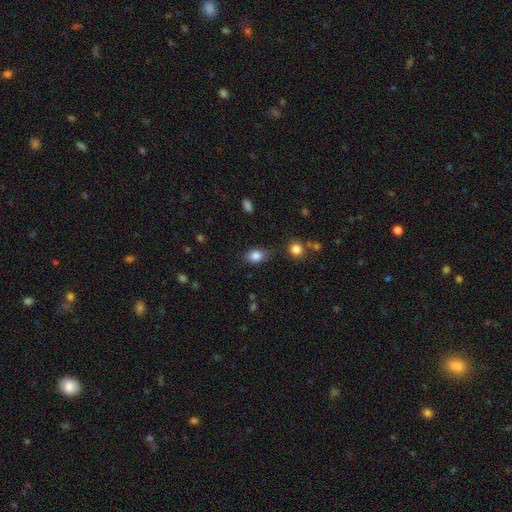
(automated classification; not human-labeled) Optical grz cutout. It shows a smooth galaxy with no disk features (83%) that is in between round and cigar-shaped (73%). Merging: none (75%).